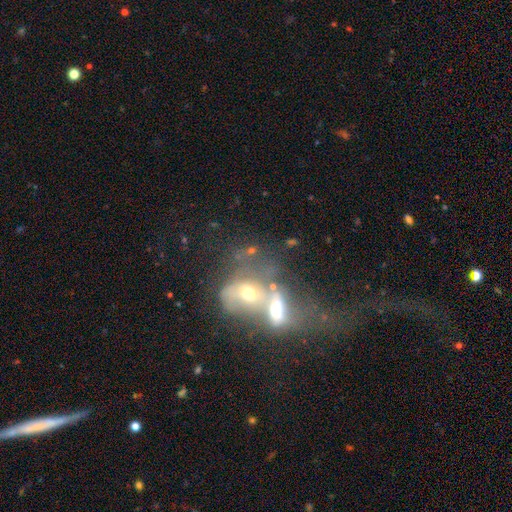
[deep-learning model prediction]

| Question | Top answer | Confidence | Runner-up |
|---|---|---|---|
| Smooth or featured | featured or disk | 60% | smooth (28%) |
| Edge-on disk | no | 93% | yes (7%) |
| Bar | no | 74% | weak (18%) |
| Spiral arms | no | 60% | yes (40%) |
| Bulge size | moderate | 62% | small (20%) |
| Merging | merger | 80% | major disturbance (11%) |